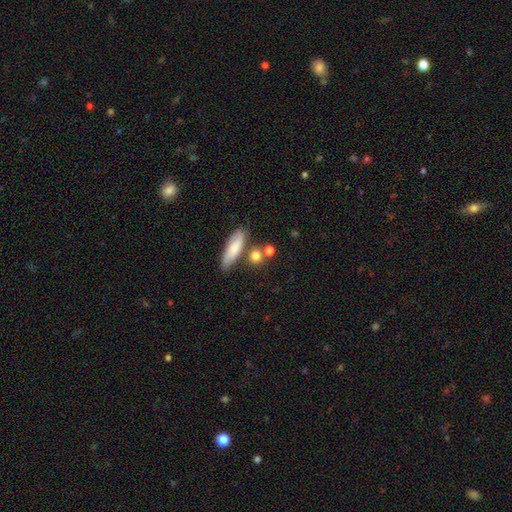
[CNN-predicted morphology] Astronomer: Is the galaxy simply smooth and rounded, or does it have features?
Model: smooth — 79%.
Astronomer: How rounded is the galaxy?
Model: round — 65%.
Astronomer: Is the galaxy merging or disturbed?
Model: none — 66%.